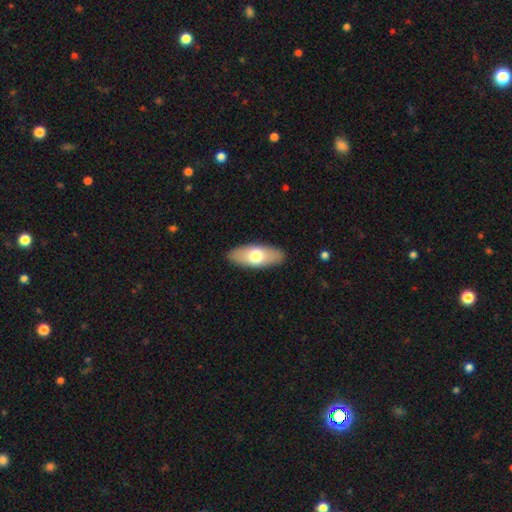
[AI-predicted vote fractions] Smooth or featured: smooth — 67% (featured or disk — 28%)
How rounded: in between — 81% (cigar-shaped — 16%)
Merging: none — 89% (minor disturbance — 8%)